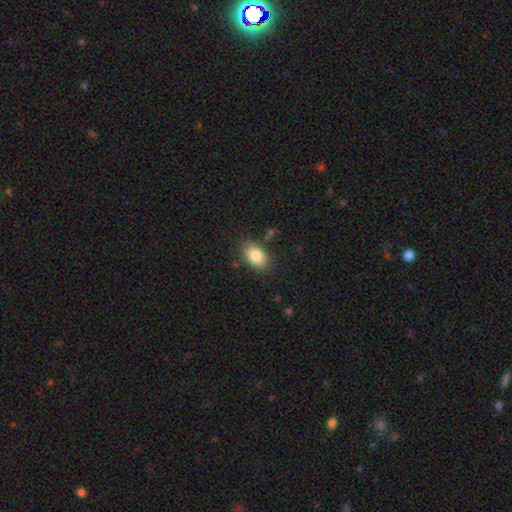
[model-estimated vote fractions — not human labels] smooth-or-featured: smooth: 85% | star or artifact: 8% | featured or disk: 8%
  how-rounded: in between: 89% | round: 10% | cigar-shaped: 2%
  merging: none: 82% | minor disturbance: 12% | major disturbance: 3% | merger: 3%